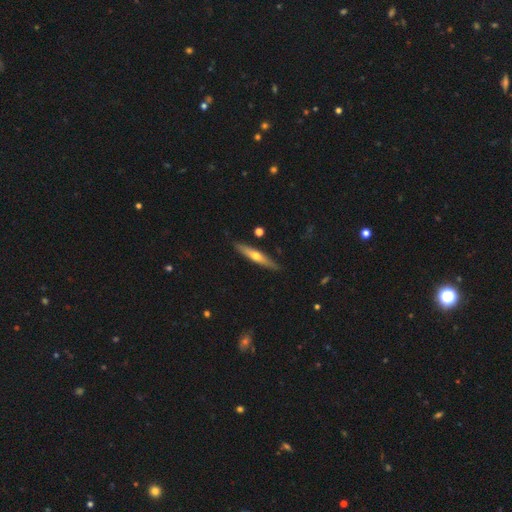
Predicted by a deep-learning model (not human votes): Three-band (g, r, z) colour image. It shows a featured or disk galaxy (55%) viewed edge-on (93%) with a rounded central bulge (85%). Merging: none (88%).